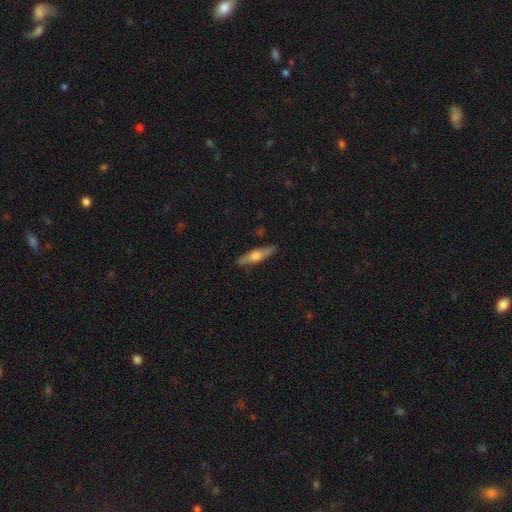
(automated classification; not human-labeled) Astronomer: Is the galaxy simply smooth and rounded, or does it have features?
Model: smooth — 49% (runner-up: featured or disk, 45%).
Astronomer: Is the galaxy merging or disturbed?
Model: none — 88%.